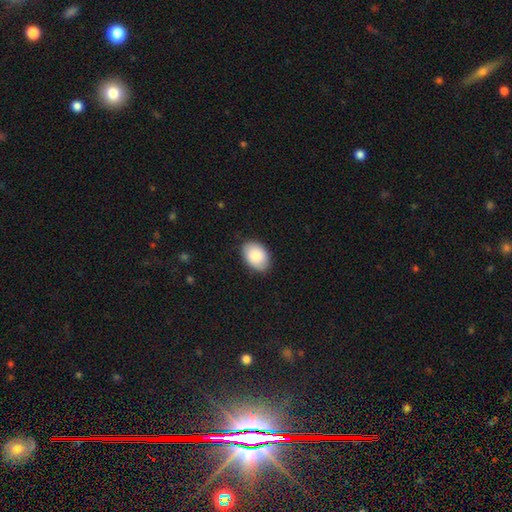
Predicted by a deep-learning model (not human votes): Smooth or featured? Predicted: smooth (p=0.85). How rounded? Predicted: in between (p=0.85). Merging? Predicted: none (p=0.84).